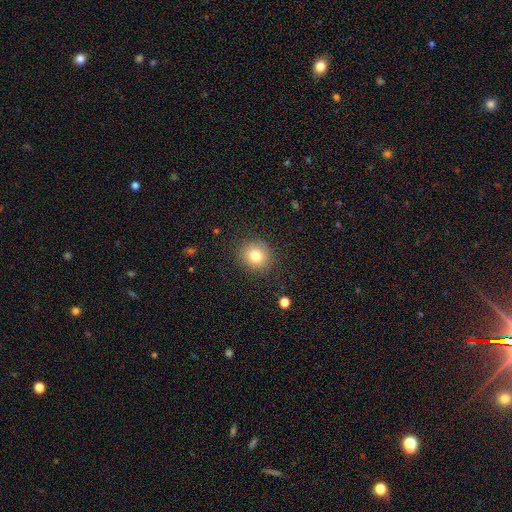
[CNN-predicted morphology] Smooth or featured? Predicted: smooth (p=0.78). How rounded? Predicted: round (p=0.86). Merging? Predicted: none (p=0.87).